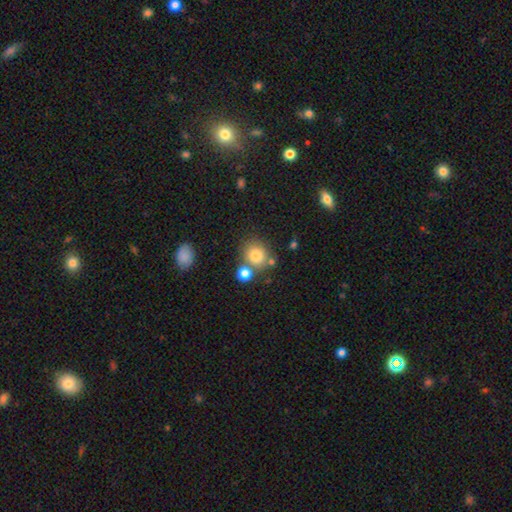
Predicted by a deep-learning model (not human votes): smooth_or_featured: smooth (p=0.79) [alt: star or artifact p=0.12]
how_rounded: round (p=0.79) [alt: in between p=0.21]
merging: none (p=0.64) [alt: merger p=0.20]